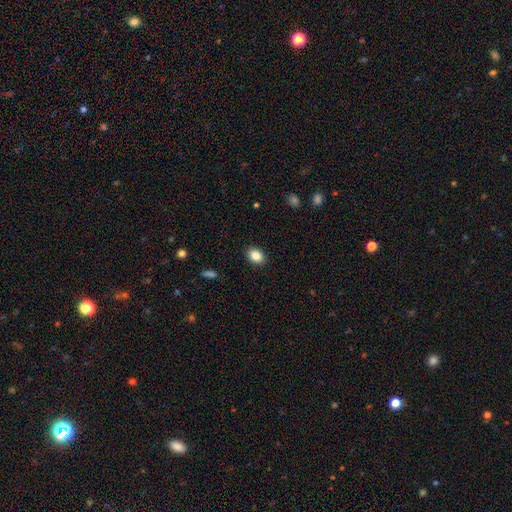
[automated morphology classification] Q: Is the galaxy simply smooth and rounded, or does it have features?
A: smooth — 85%.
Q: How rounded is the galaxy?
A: in between — 66%.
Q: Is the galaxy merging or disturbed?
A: none — 90%.